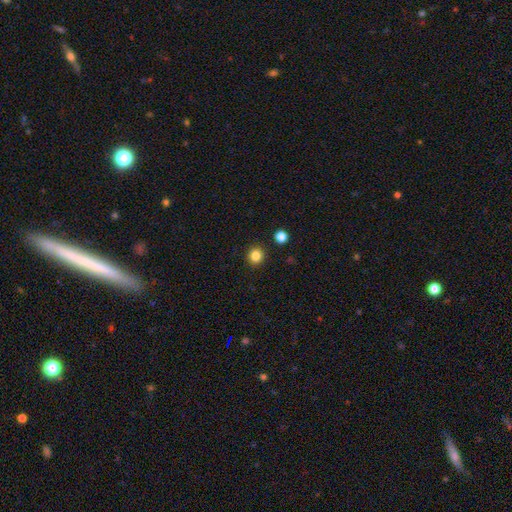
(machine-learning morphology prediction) smooth 84%, star or artifact 12%, featured or disk 4%. Down the decision tree: how rounded — round (91%); merging — none (91%).